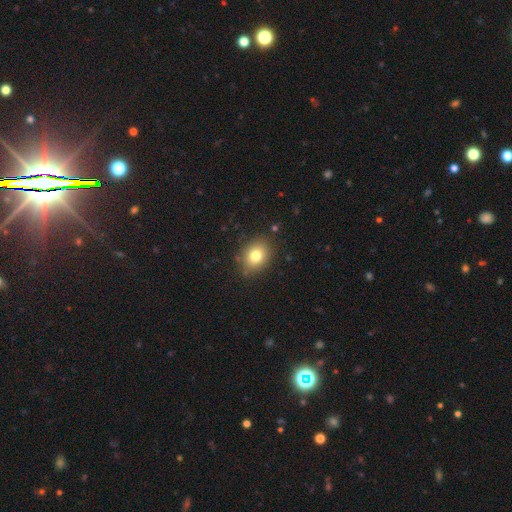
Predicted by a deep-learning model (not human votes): Smooth or featured?
  - smooth: 79% *
  - star or artifact: 11%
  - featured or disk: 10%
How rounded?
  - round: 54% *
  - in between: 45%
  - cigar-shaped: 1%
Merging?
  - none: 85% *
  - minor disturbance: 10%
  - major disturbance: 3%
  - merger: 2%